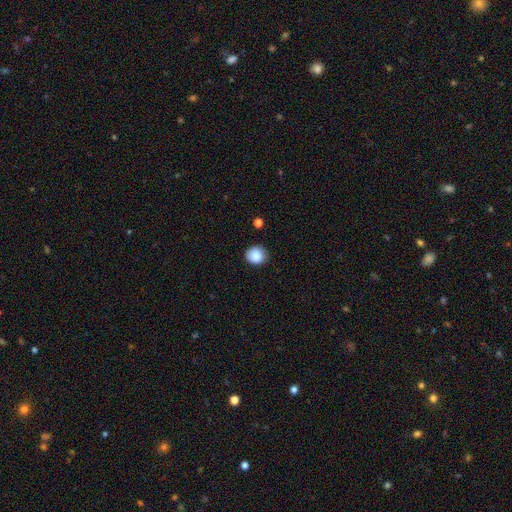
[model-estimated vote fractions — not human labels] The model was most divided on "merging": none: 82%, minor disturbance: 13%, major disturbance: 3%, merger: 2%. More confident: smooth or featured — smooth (87%); how rounded — round (86%).